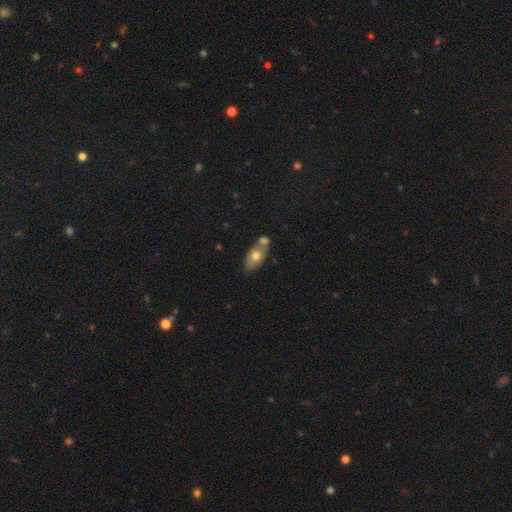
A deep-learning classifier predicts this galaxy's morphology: Smooth or featured? Predicted: smooth (p=0.63). How rounded? Predicted: in between (p=0.85). Merging? Predicted: merger (p=0.42).